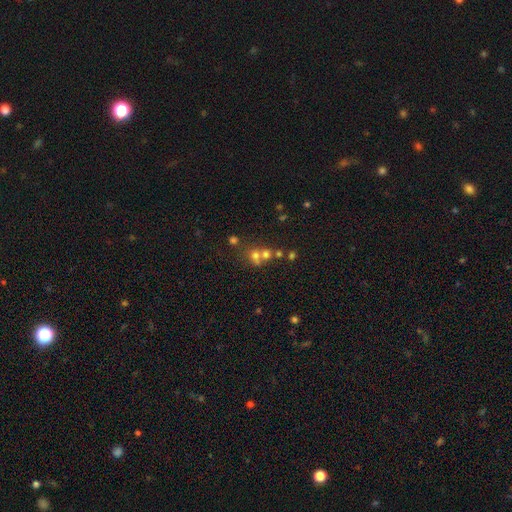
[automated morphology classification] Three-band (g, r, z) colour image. It shows a smooth galaxy with no disk features (60%) that is round (78%). Merging: merger (49%).